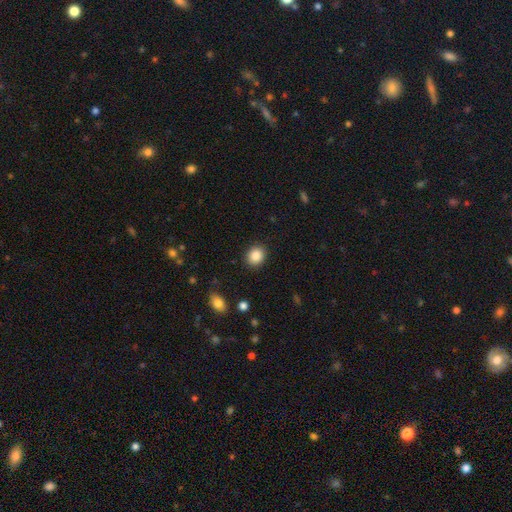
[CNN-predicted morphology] Overall: smooth (87%). How rounded: round (67%; in between 32%). Merging: none (90%).